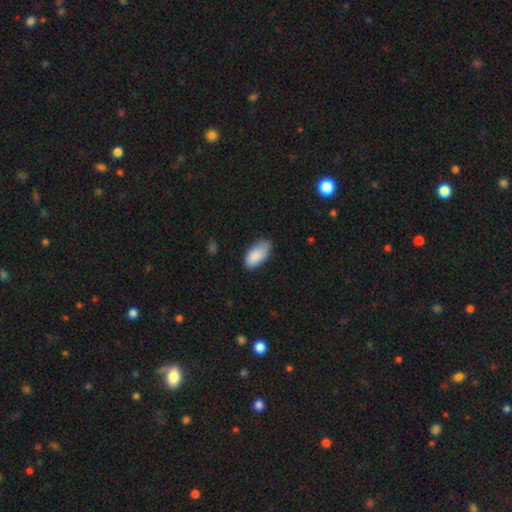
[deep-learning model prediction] Morphology: type=smooth (87%); roundness=in between (94%); merging=none (65%).